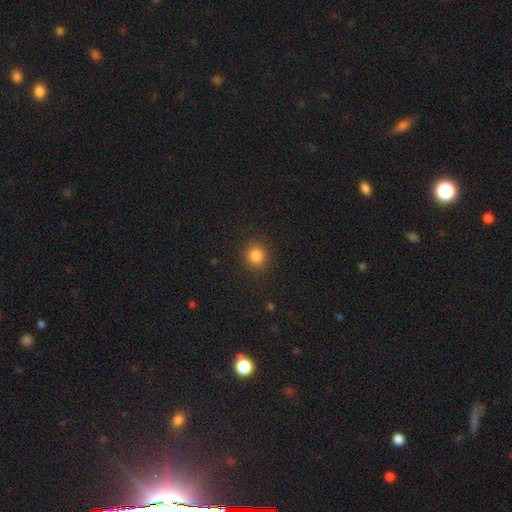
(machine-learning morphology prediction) smooth_or_featured: smooth (p=0.84) [alt: star or artifact p=0.12]
how_rounded: round (p=0.86) [alt: in between p=0.14]
merging: none (p=0.89) [alt: minor disturbance p=0.07]